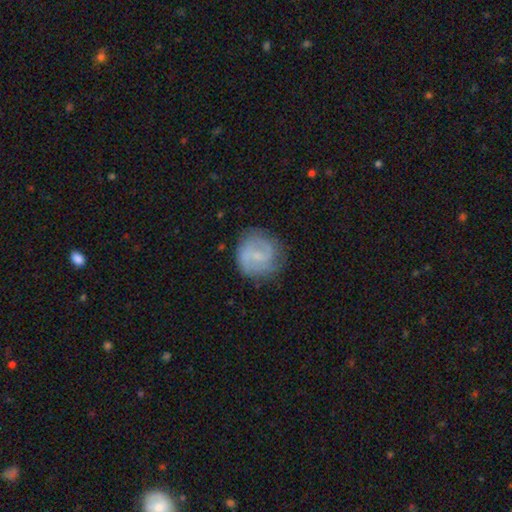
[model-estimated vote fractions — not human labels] This appears to be a featured or disk galaxy (59%) with a weak bar (54%), spiral arms (84%) and a small central bulge (55%). Merging: none (72%).